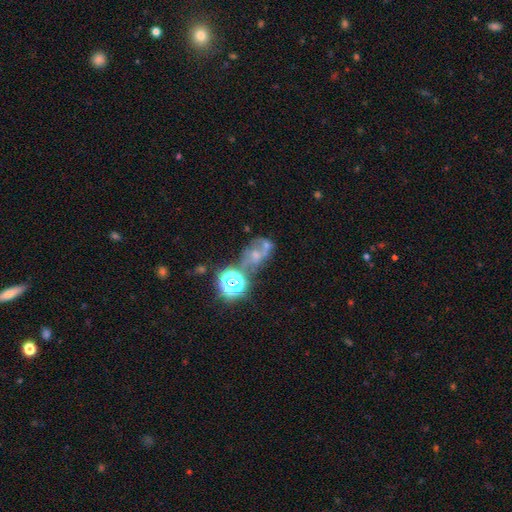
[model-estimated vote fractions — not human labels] smooth-or-featured: featured or disk: 42% | smooth: 30% | star or artifact: 28%
  merging: merger: 32% | none: 31% | major disturbance: 22% | minor disturbance: 15%